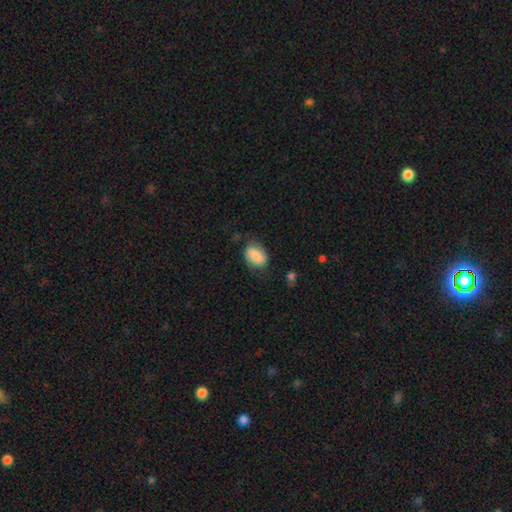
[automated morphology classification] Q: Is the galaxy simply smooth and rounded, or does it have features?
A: smooth — 75%.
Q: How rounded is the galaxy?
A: in between — 81%.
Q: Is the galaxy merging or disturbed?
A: none — 66%.